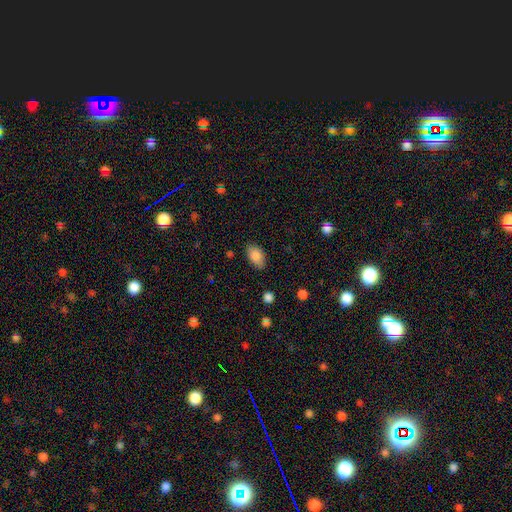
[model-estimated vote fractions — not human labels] smooth 87%, star or artifact 7%, featured or disk 6%. Down the decision tree: how rounded — in between (92%); merging — none (82%).